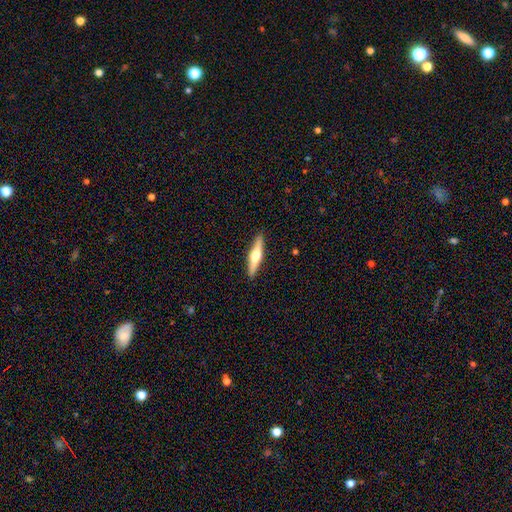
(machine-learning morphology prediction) Smooth or featured? Predicted: featured or disk (p=0.58). Edge-on disk? Predicted: yes (p=0.96). Edge-on bulge? Predicted: rounded (p=0.94). Merging? Predicted: none (p=0.91).